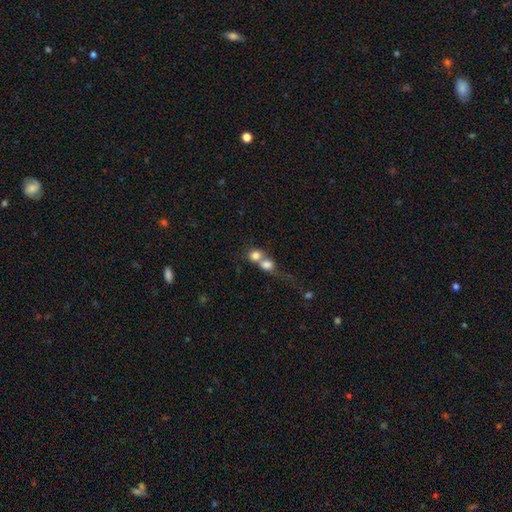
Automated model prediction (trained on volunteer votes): This is likely a smooth galaxy (77%). How rounded: likely round (70%). Merging: likely merger (69%).